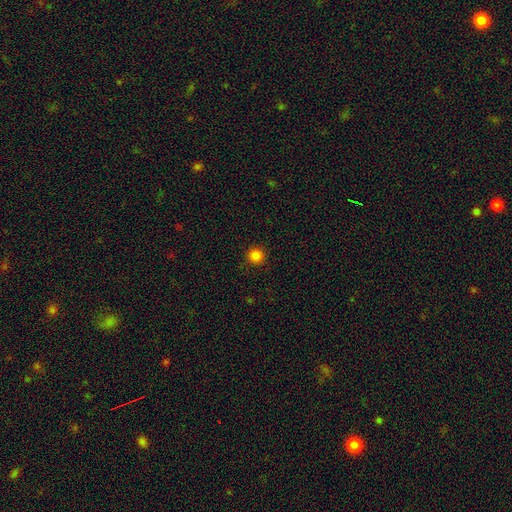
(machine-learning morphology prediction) This appears to be a smooth galaxy with no disk features (84%) that is round (96%). Merging: none (92%).